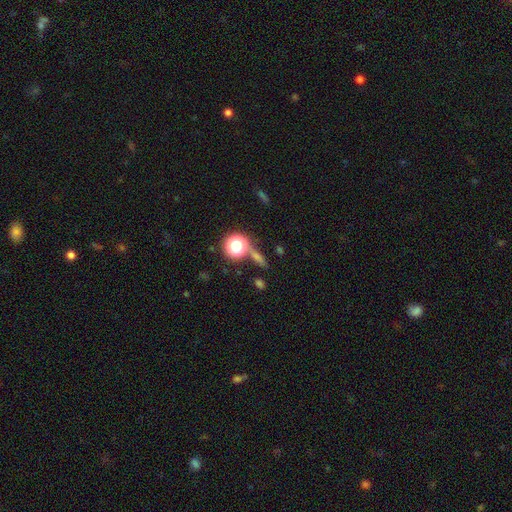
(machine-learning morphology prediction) A smooth galaxy with no disk features (45%). Merging: none (71%).